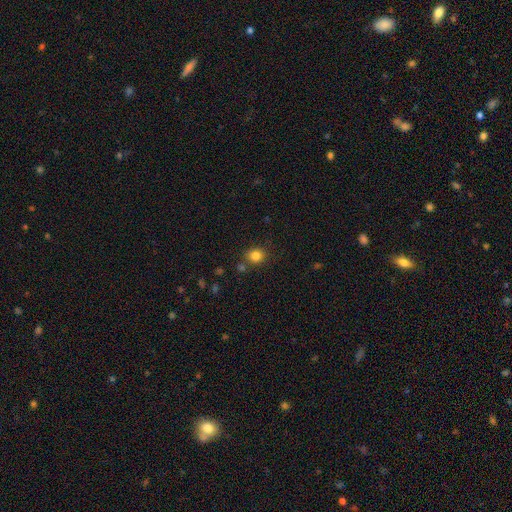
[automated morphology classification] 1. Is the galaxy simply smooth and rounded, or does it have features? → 83% smooth, 12% star or artifact, 5% featured or disk.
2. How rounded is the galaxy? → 76% round, 23% in between, 1% cigar-shaped.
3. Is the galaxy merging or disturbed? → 78% none, 11% minor disturbance, 8% merger, 3% major disturbance.